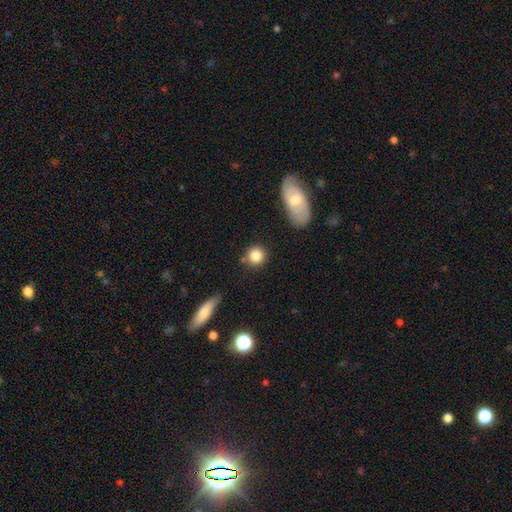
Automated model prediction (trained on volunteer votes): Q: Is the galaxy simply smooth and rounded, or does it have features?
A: smooth — 84%.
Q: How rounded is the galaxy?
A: round — 89%.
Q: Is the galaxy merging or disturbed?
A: none — 80%.